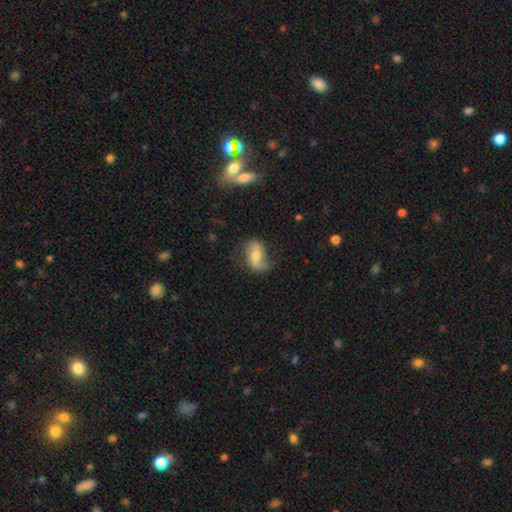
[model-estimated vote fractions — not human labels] The model was most divided on "bar": no: 38%, weak: 37%, strong: 25%. More confident: edge-on disk — no (93%); spiral arms — yes (82%); merging — none (61%); bulge size — moderate (61%); smooth or featured — featured or disk (55%).